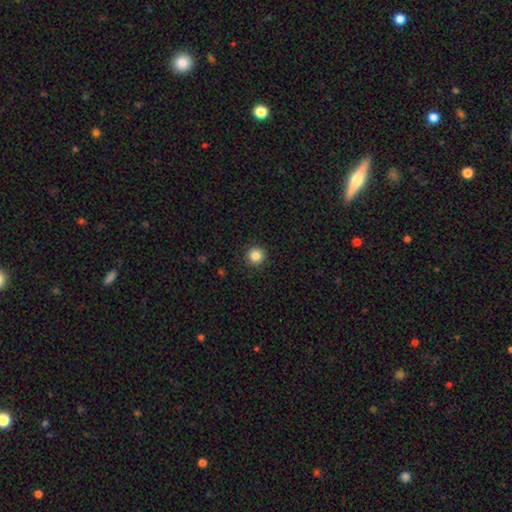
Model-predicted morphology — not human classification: The model was most divided on "smooth or featured": smooth: 85%, star or artifact: 10%, featured or disk: 5%. More confident: how rounded — round (95%); merging — none (92%).